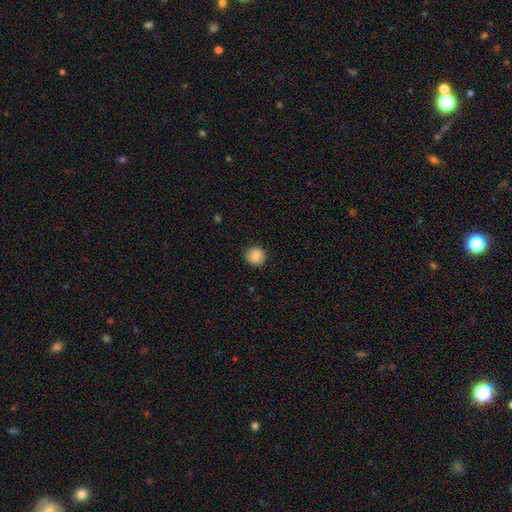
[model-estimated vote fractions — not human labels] smooth_or_featured: smooth (p=0.87) [alt: star or artifact p=0.08]
how_rounded: round (p=0.91) [alt: in between p=0.08]
merging: none (p=0.88) [alt: minor disturbance p=0.09]